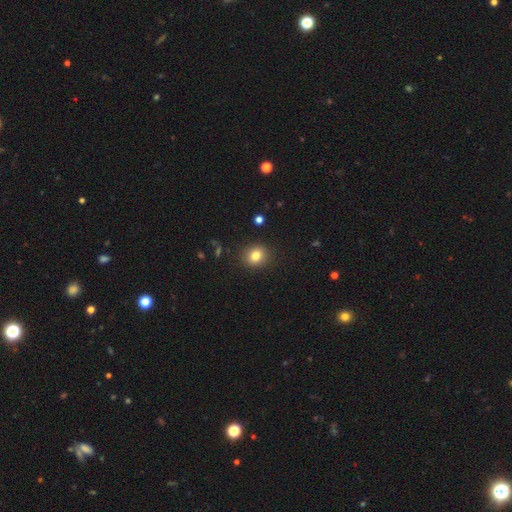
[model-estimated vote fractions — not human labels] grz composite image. It shows a smooth galaxy with no disk features (80%) that is round (76%). Merging: none (89%).